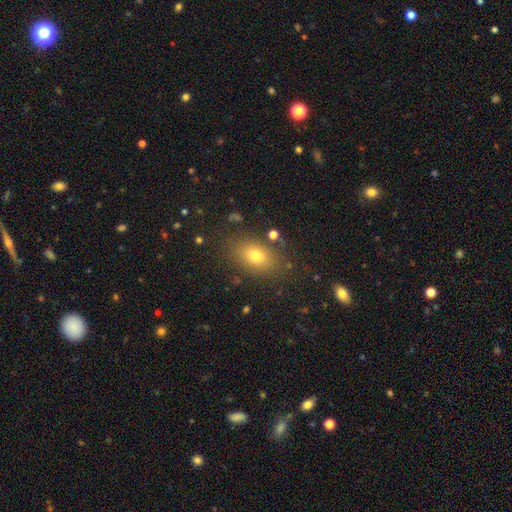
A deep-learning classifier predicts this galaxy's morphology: This appears to be a smooth galaxy with no disk features (76%) that is in between round and cigar-shaped (79%). Merging: none (81%).